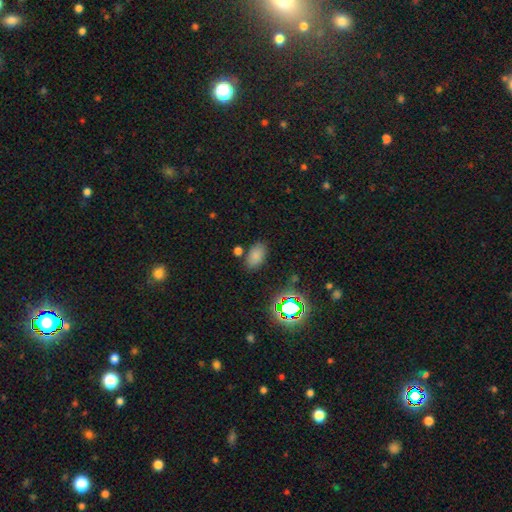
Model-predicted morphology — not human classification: Smooth or featured? Predicted: smooth (p=0.76). How rounded? Predicted: in between (p=0.91). Merging? Predicted: none (p=0.78).